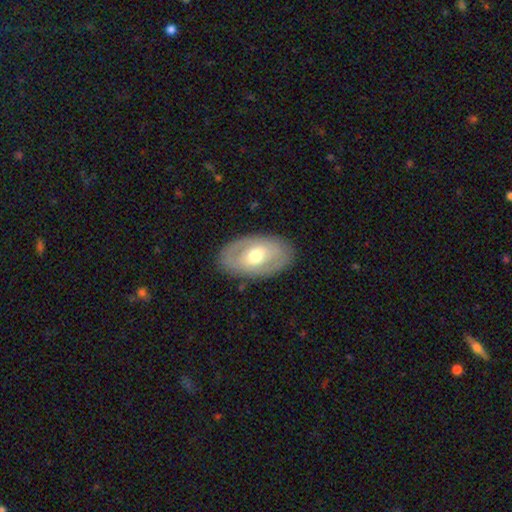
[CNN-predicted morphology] This appears to be a featured or disk galaxy (54%). Merging: none (84%).